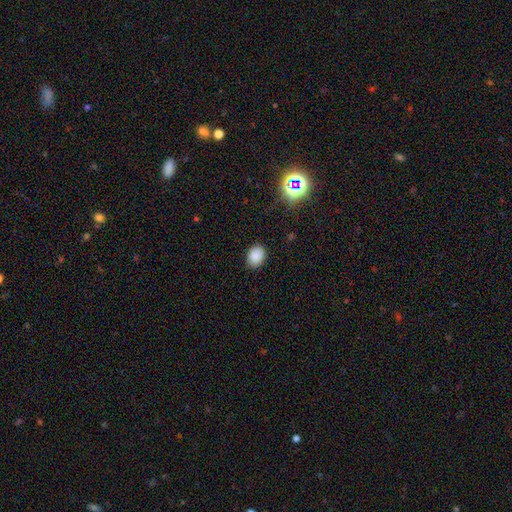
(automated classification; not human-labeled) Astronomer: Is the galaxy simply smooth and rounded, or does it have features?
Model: smooth — 86%.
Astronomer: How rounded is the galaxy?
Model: in between — 64%.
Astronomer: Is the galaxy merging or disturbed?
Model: none — 86%.